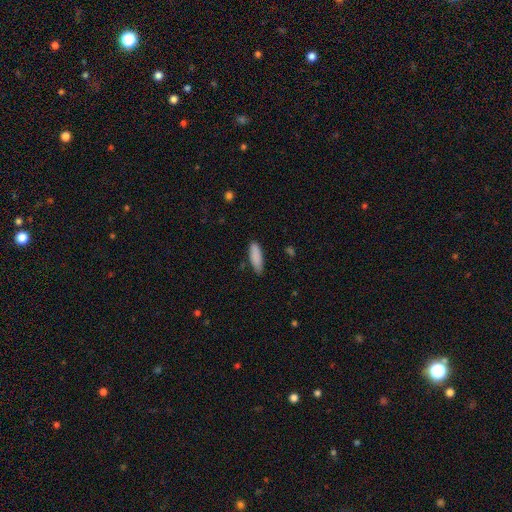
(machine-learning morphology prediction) Smooth or featured: smooth — 88% (star or artifact — 6%)
How rounded: in between — 51% (cigar-shaped — 48%)
Merging: none — 80% (minor disturbance — 16%)